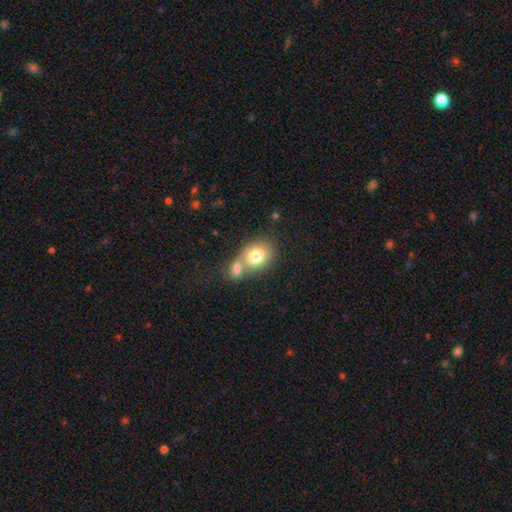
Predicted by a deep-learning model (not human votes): Smooth or featured: smooth — 76% (featured or disk — 16%)
How rounded: in between — 50% (round — 49%)
Merging: merger — 51% (none — 34%)